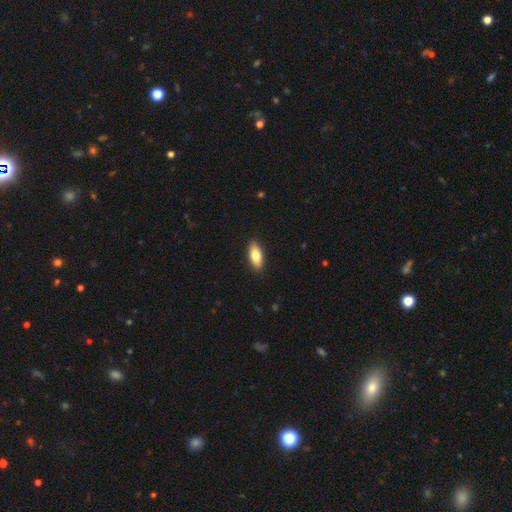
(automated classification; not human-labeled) Morphology: type=smooth (79%); roundness=in between (81%); merging=none (90%).